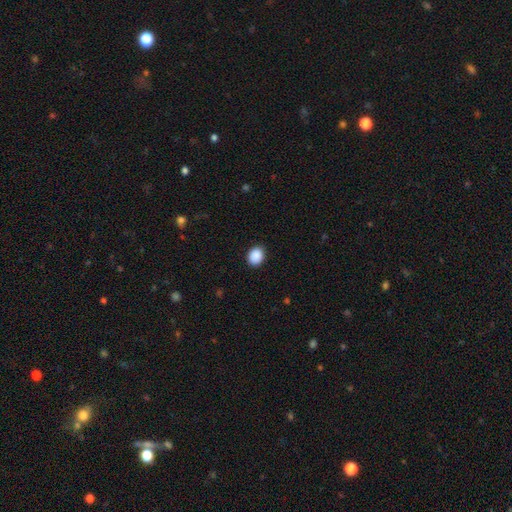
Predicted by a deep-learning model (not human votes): A smooth galaxy with no disk features (90%) that is round (53%).

Vote fractions:
- Smooth or featured? smooth: 90% / star or artifact: 8% / featured or disk: 2%
- How rounded? round: 53% / in between: 46% / cigar-shaped: 1%
- Merging? none: 89% / minor disturbance: 8% / major disturbance: 2% / merger: 1%